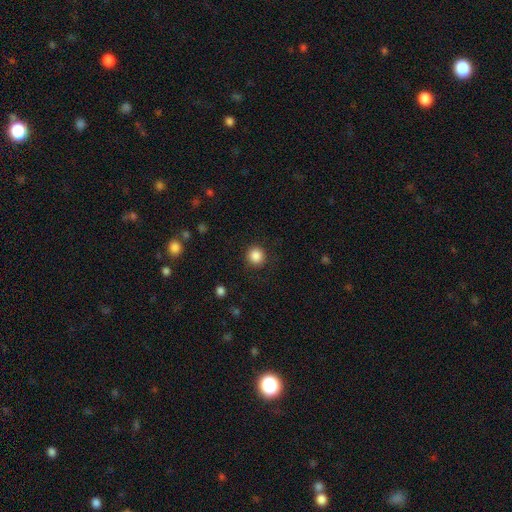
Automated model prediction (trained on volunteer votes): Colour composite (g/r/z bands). It shows a smooth galaxy with no disk features (87%) that is round (93%). Merging: none (90%).